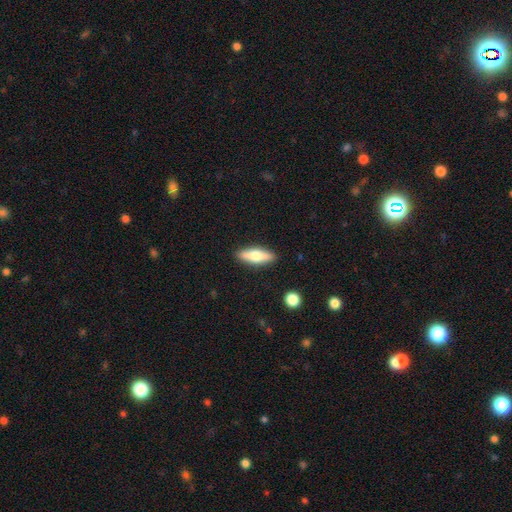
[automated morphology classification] smooth_or_featured: smooth (p=0.56) [alt: featured or disk p=0.38]
how_rounded: cigar-shaped (p=0.54) [alt: in between p=0.43]
merging: none (p=0.89) [alt: minor disturbance p=0.08]